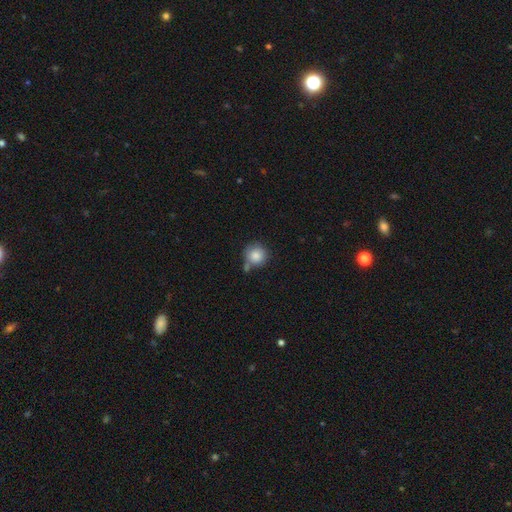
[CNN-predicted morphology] Smooth or featured? Predicted: smooth (p=0.85). How rounded? Predicted: round (p=0.93). Merging? Predicted: none (p=0.59).